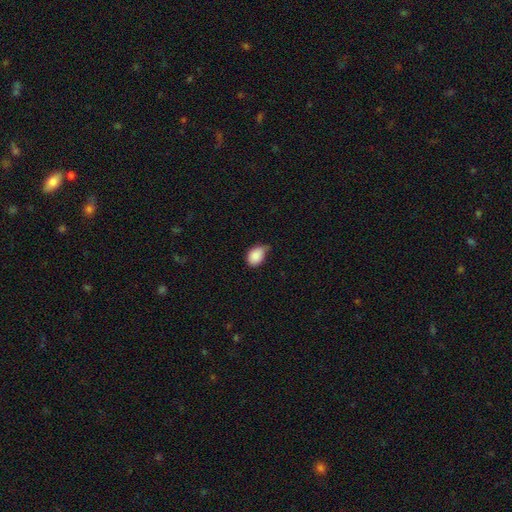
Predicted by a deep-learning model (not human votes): Smooth or featured? smooth (87%)
How rounded? in between (72%)
Merging? minor disturbance (48%)